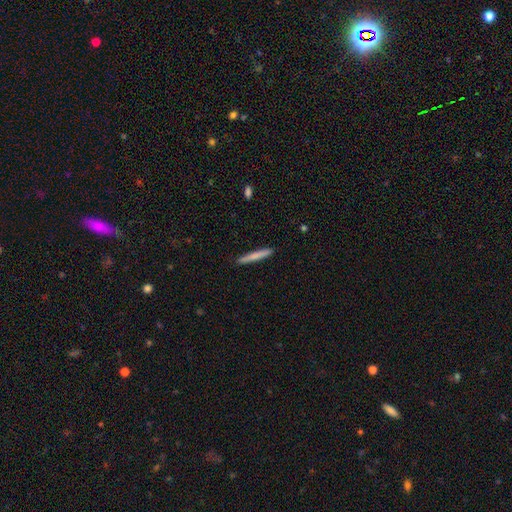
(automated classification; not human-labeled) A smooth galaxy with no disk features (74%) that is cigar-shaped (96%). Merging: none (91%).